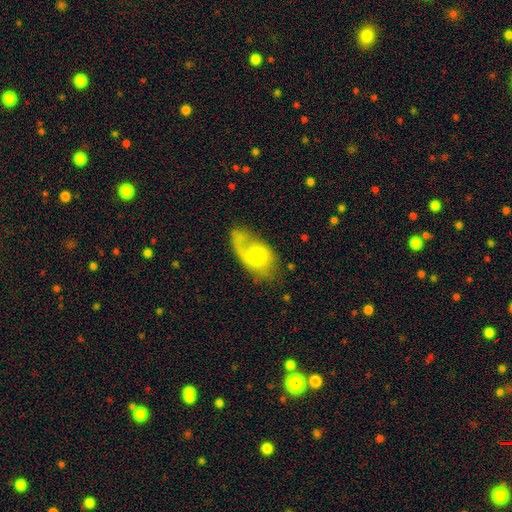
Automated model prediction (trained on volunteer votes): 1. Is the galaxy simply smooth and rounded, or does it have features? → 60% featured or disk, 33% smooth, 7% star or artifact.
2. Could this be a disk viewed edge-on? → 97% no, 3% yes.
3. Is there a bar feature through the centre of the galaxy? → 66% no, 30% weak, 4% strong.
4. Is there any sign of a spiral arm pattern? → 87% yes, 13% no.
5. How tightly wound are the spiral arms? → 45% loose, 39% medium, 16% tight.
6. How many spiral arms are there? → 60% 1, 32% 2, 6% can't tell, 1% 3, 1% 4, 1% more than 4.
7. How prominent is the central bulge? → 38% small, 36% none, 17% moderate, 7% large, 2% dominant.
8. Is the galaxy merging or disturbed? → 41% none, 31% major disturbance, 24% minor disturbance, 4% merger.